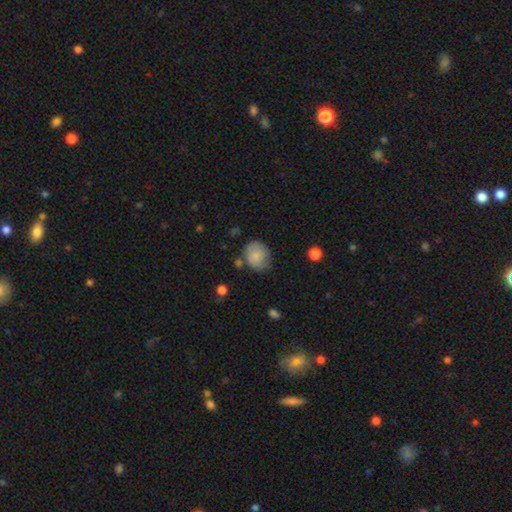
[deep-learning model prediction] A smooth galaxy with no disk features (80%) that is round (64%).

Vote fractions:
- Smooth or featured? smooth: 80% / featured or disk: 12% / star or artifact: 8%
- How rounded? round: 64% / in between: 35% / cigar-shaped: 1%
- Merging? none: 62% / minor disturbance: 25% / major disturbance: 7% / merger: 5%